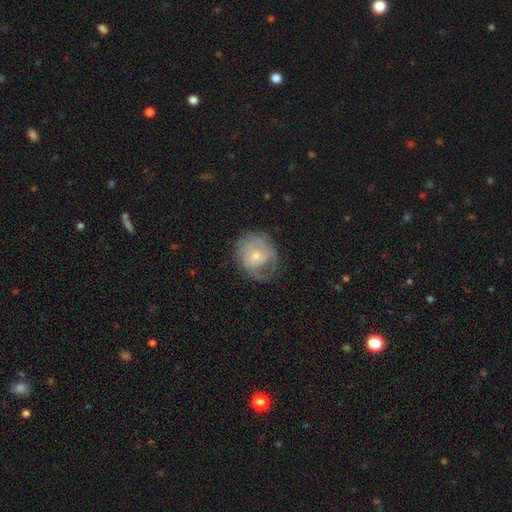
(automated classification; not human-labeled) Smooth or featured: featured or disk — 59% (smooth — 33%)
Edge-on disk: no — 97% (yes — 3%)
Bar: no — 74% (weak — 22%)
Spiral arms: yes — 70% (no — 30%)
Bulge size: small — 63% (moderate — 31%)
Merging: none — 52% (minor disturbance — 25%)